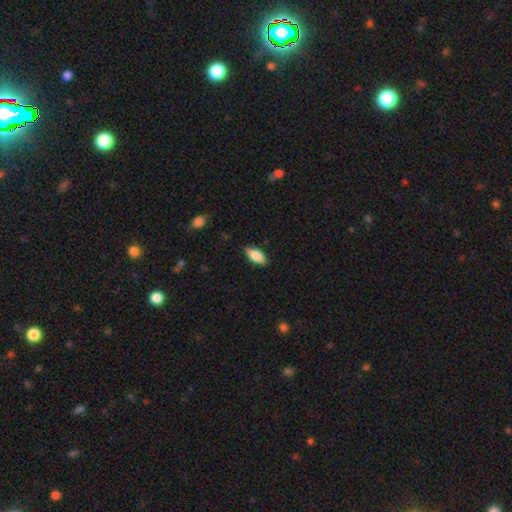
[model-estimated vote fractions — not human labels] Q: Smooth or featured?
A: smooth (77%); runner-up: featured or disk (17%)
Q: How rounded?
A: in between (83%); runner-up: cigar-shaped (14%)
Q: Merging?
A: none (87%); runner-up: minor disturbance (10%)